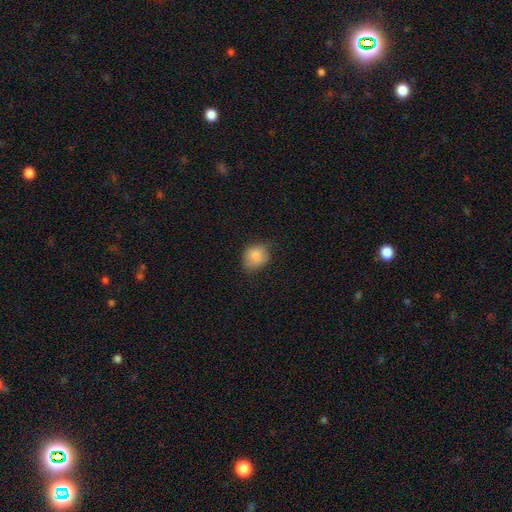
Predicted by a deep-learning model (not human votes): Overall: smooth (85%). How rounded: round (55%; in between 44%). Merging: none (68%).